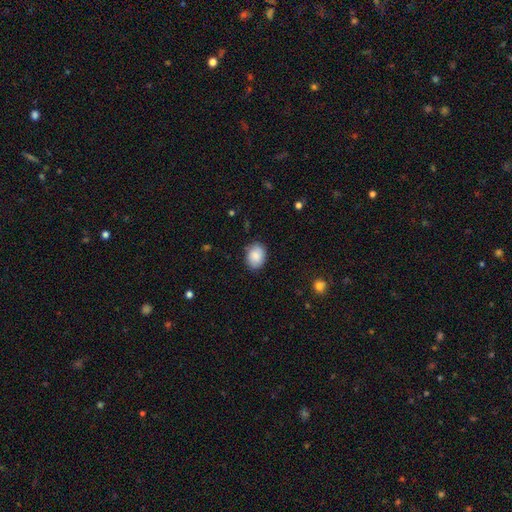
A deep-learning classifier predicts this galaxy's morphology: A smooth galaxy with no disk features (85%) that is in between round and cigar-shaped (66%).

Vote fractions:
- Smooth or featured? smooth: 85% / featured or disk: 8% / star or artifact: 7%
- How rounded? in between: 66% / round: 33% / cigar-shaped: 1%
- Merging? none: 83% / minor disturbance: 13% / major disturbance: 3% / merger: 1%